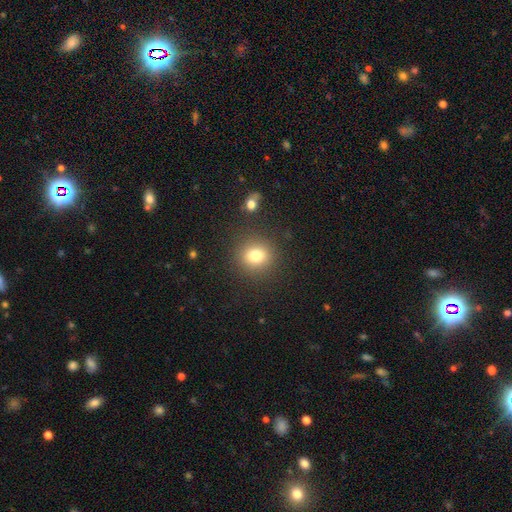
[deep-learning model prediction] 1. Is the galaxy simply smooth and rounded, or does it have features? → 79% smooth, 13% star or artifact, 9% featured or disk.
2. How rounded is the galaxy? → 83% round, 16% in between, 1% cigar-shaped.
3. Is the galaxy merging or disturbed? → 87% none, 7% minor disturbance, 3% major disturbance, 2% merger.